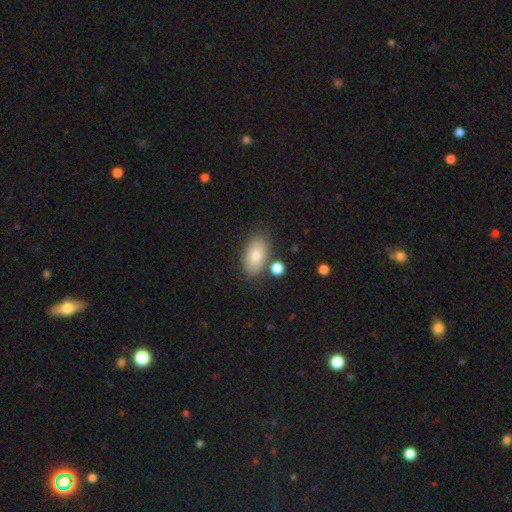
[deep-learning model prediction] Smooth or featured: smooth — 79% (featured or disk — 13%)
How rounded: in between — 91% (round — 6%)
Merging: none — 79% (minor disturbance — 12%)